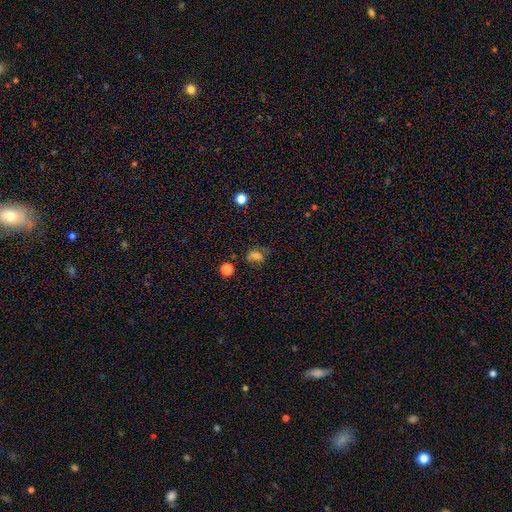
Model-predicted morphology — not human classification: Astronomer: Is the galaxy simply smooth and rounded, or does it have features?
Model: smooth — 63%.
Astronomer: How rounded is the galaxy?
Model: in between — 62%.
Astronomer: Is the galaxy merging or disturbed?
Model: none — 60%.